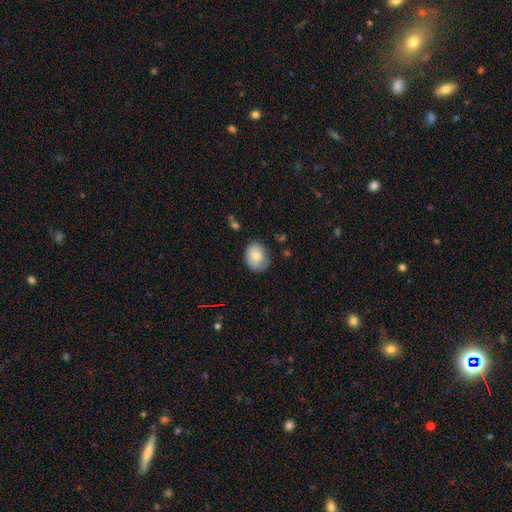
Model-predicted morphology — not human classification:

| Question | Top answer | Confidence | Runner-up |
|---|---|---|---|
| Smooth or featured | smooth | 82% | featured or disk (11%) |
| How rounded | in between | 59% | round (40%) |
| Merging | none | 72% | minor disturbance (22%) |